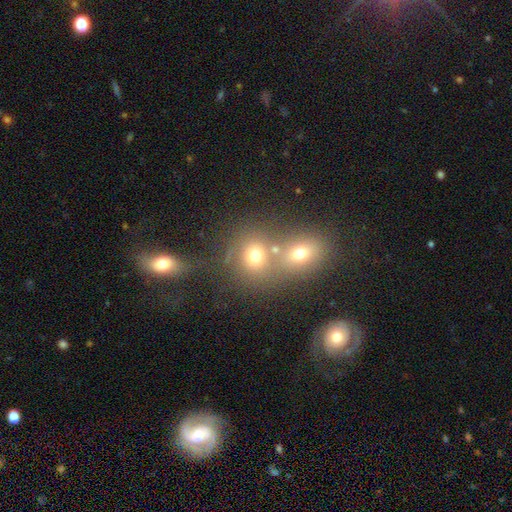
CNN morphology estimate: The model was most divided on "merging" (2-way tie): none: 43%, merger: 43%, minor disturbance: 9%, major disturbance: 5%. More confident: how rounded — round (72%); smooth or featured — smooth (68%).